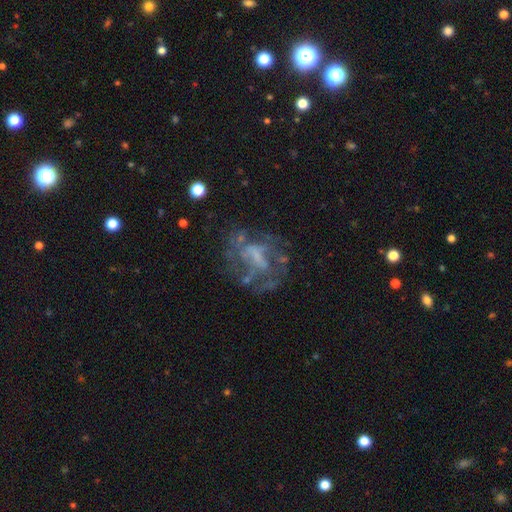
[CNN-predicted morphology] type=featured or disk (67%); edge-on=no (97%); bar=no (60%); spiral arms=no (70%); bulge=none (55%); merging=none (50%).